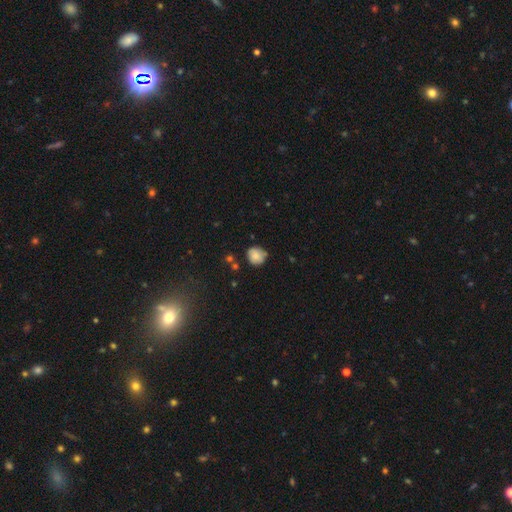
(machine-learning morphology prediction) Q: Smooth or featured?
A: smooth (78%); runner-up: featured or disk (13%)
Q: How rounded?
A: round (80%); runner-up: in between (20%)
Q: Merging?
A: none (66%); runner-up: minor disturbance (24%)